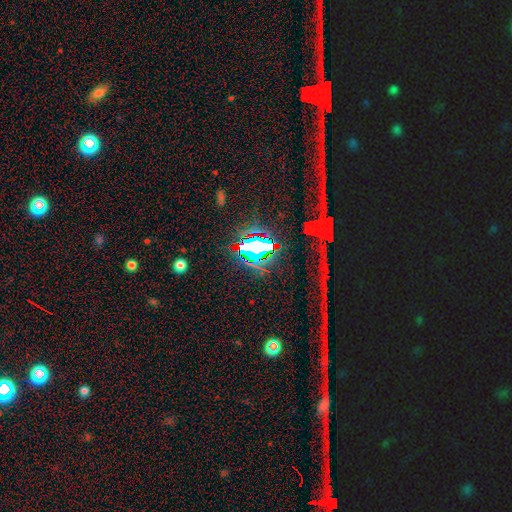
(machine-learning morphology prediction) Smooth or featured? Predicted: star or artifact (p=0.81).